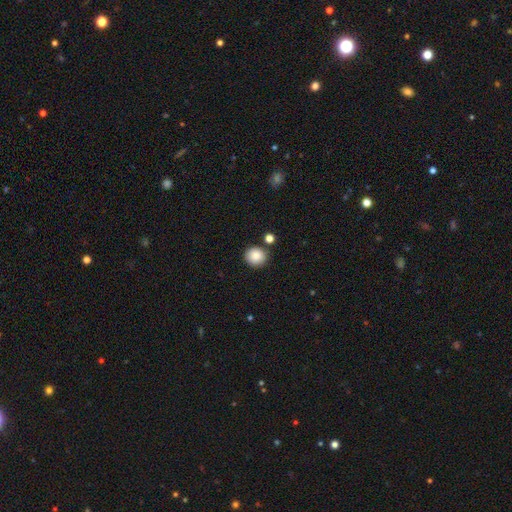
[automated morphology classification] Smooth or featured?
  - smooth: 87% *
  - star or artifact: 9%
  - featured or disk: 4%
How rounded?
  - round: 89% *
  - in between: 10%
  - cigar-shaped: 1%
Merging?
  - none: 83% *
  - minor disturbance: 8%
  - merger: 6%
  - major disturbance: 2%